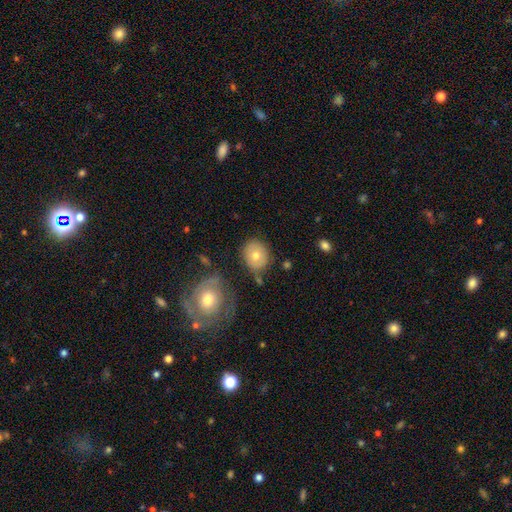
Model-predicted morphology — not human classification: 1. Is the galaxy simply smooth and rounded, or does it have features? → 70% smooth, 22% featured or disk, 8% star or artifact.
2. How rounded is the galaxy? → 67% round, 32% in between, 1% cigar-shaped.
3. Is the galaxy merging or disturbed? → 75% none, 14% minor disturbance, 6% merger, 5% major disturbance.